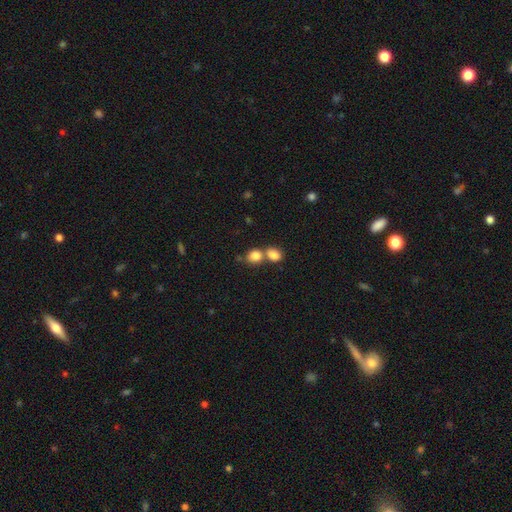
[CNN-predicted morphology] Smooth or featured?
  - smooth: 83% *
  - star or artifact: 10%
  - featured or disk: 7%
How rounded?
  - round: 62% *
  - in between: 37%
  - cigar-shaped: 1%
Merging?
  - merger: 51% *
  - none: 38%
  - minor disturbance: 8%
  - major disturbance: 3%